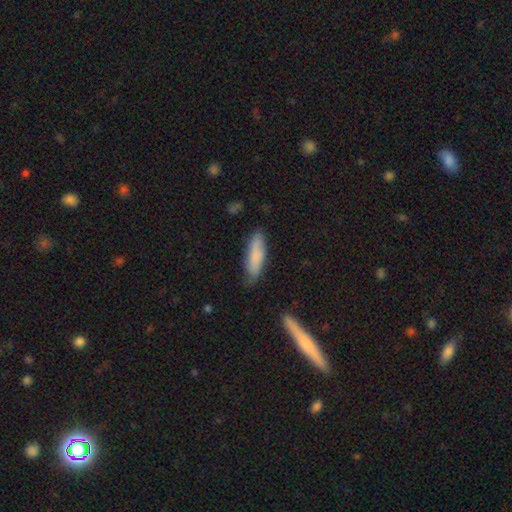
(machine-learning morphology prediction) Smooth or featured?
  - smooth: 80% *
  - featured or disk: 14%
  - star or artifact: 6%
How rounded?
  - cigar-shaped: 63% *
  - in between: 35%
  - round: 2%
Merging?
  - none: 76% *
  - minor disturbance: 19%
  - major disturbance: 3%
  - merger: 2%